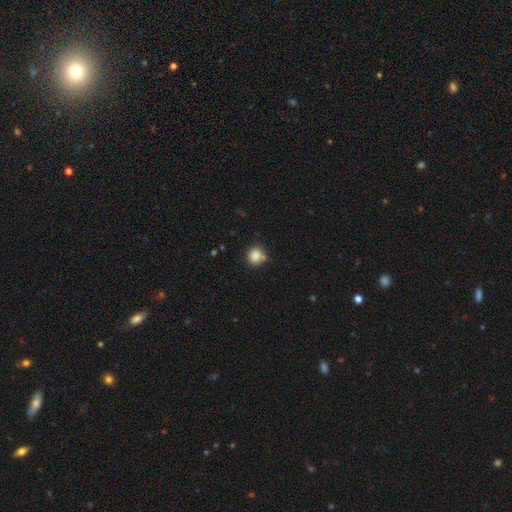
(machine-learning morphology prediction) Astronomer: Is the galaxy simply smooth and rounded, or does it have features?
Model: smooth — 85%.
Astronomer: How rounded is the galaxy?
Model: round — 88%.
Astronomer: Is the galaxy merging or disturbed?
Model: none — 71%.